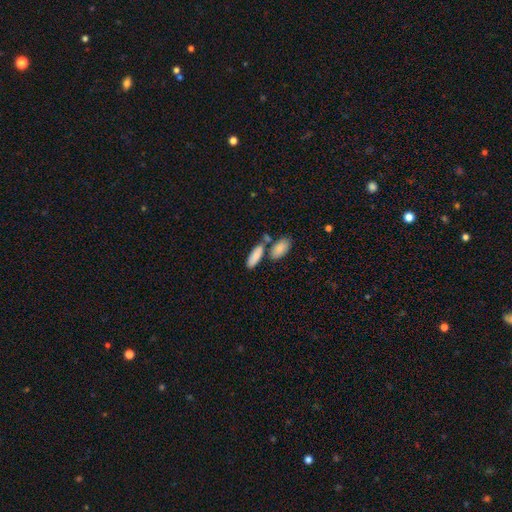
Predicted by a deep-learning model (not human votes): smooth_or_featured: smooth (p=0.86) [alt: featured or disk p=0.08]
how_rounded: in between (p=0.67) [alt: cigar-shaped p=0.30]
merging: none (p=0.59) [alt: merger p=0.26]